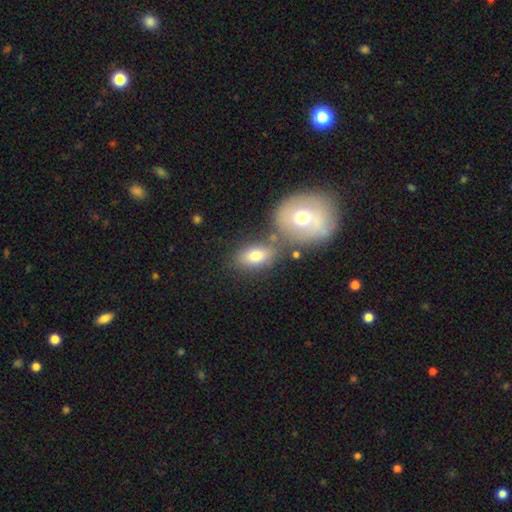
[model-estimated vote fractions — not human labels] smooth-or-featured: smooth: 74% | featured or disk: 16% | star or artifact: 9%
  how-rounded: in between: 81% | round: 16% | cigar-shaped: 3%
  merging: none: 55% | merger: 26% | minor disturbance: 14% | major disturbance: 5%